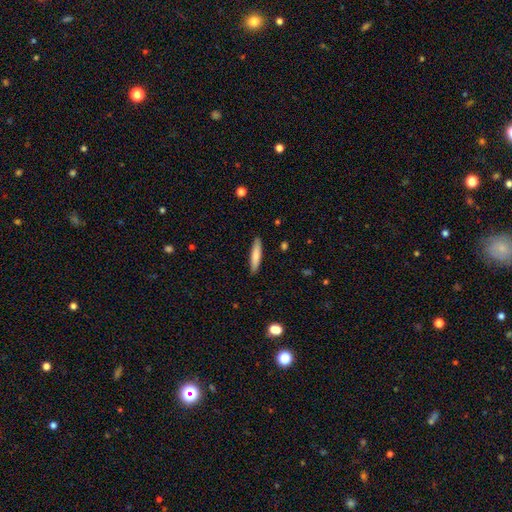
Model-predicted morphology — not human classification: This is likely a smooth galaxy (77%). How rounded: clearly cigar-shaped (84%). Merging: clearly none (89%).